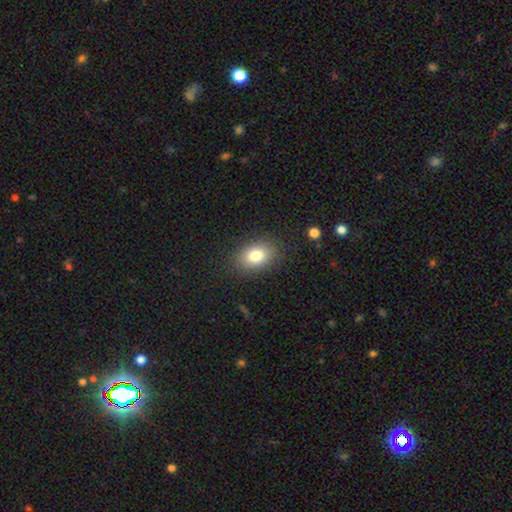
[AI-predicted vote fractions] Smooth or featured?
  - smooth: 80% *
  - featured or disk: 10%
  - star or artifact: 10%
How rounded?
  - in between: 78% *
  - round: 21%
  - cigar-shaped: 1%
Merging?
  - none: 85% *
  - minor disturbance: 10%
  - major disturbance: 4%
  - merger: 1%